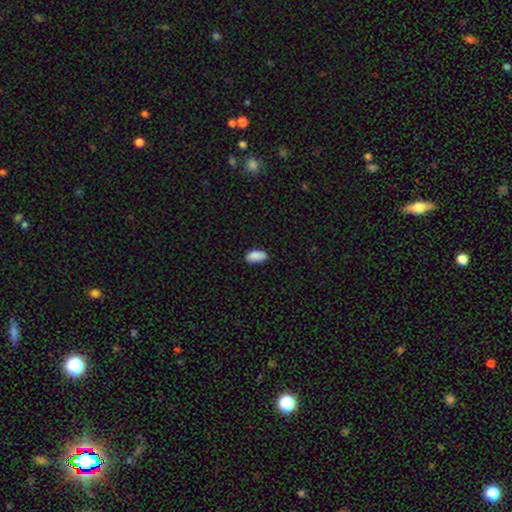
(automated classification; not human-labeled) This appears to be a smooth galaxy with no disk features (89%) that is in between round and cigar-shaped (94%). Merging: none (81%).